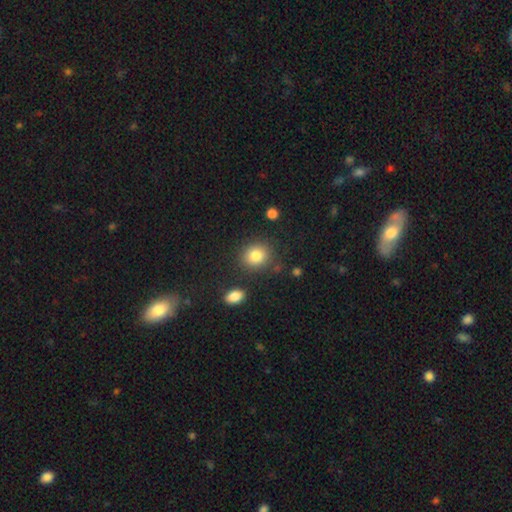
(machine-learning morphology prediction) A smooth galaxy with no disk features (83%) that is round (72%).

Vote fractions:
- Smooth or featured? smooth: 83% / star or artifact: 10% / featured or disk: 7%
- How rounded? round: 72% / in between: 27% / cigar-shaped: 1%
- Merging? none: 82% / minor disturbance: 10% / merger: 4% / major disturbance: 3%